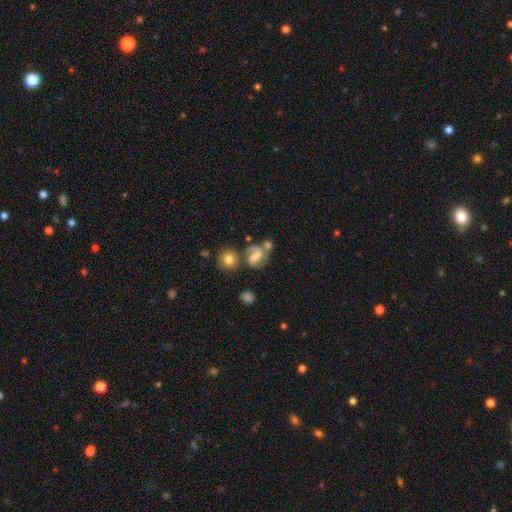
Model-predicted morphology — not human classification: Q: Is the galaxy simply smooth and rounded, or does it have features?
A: featured or disk — 54%.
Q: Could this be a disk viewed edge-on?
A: no — 97%.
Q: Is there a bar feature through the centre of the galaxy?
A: weak — 44%.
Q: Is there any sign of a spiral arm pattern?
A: yes — 83%.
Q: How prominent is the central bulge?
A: moderate — 39%.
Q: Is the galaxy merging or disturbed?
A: none — 37%.